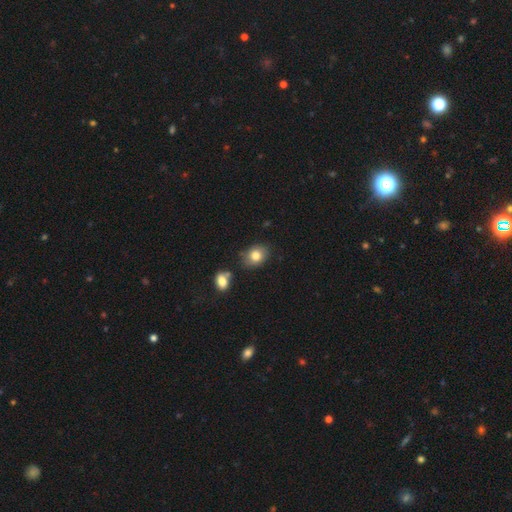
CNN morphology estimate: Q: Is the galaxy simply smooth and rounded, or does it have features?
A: smooth — 81%.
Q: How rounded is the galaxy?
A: in between — 61%.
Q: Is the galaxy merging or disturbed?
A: none — 75%.